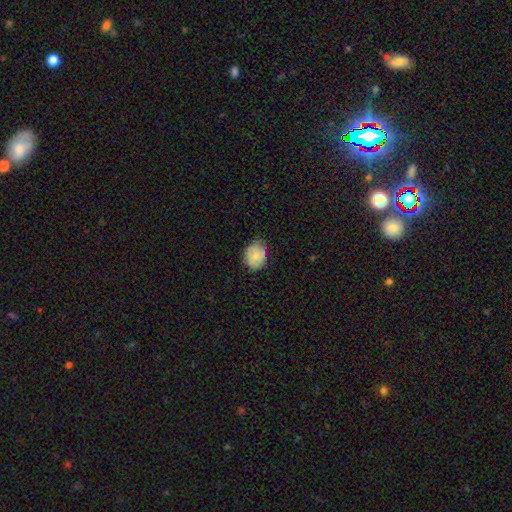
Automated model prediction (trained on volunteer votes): A smooth galaxy with no disk features (83%) that is in between round and cigar-shaped (51%). Merging: none (72%).